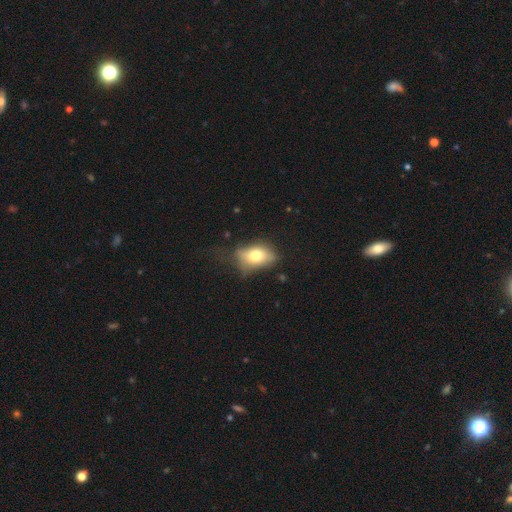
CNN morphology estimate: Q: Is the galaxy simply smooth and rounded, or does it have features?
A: smooth — 67%.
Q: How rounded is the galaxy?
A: in between — 81%.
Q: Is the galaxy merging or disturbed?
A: none — 50%.